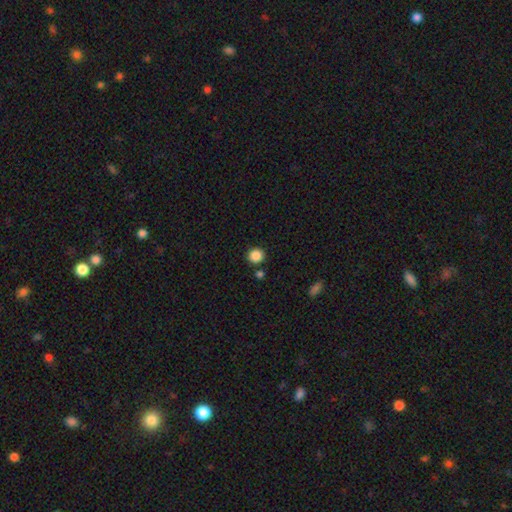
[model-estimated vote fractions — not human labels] Overall: smooth (87%). How rounded: round (90%). Merging: none (86%).